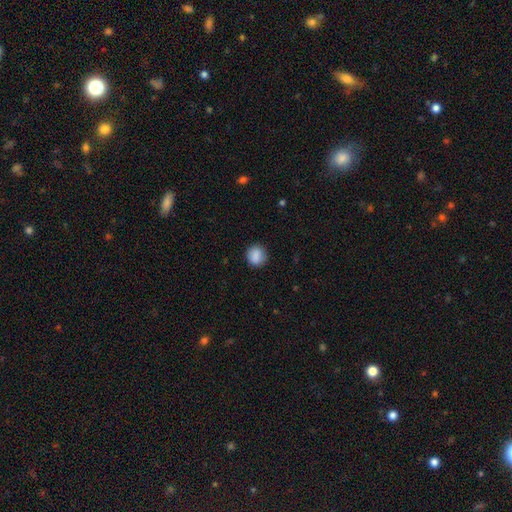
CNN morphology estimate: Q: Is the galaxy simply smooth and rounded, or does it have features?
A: smooth — 87%.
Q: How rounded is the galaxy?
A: round — 80%.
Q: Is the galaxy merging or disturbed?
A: none — 86%.